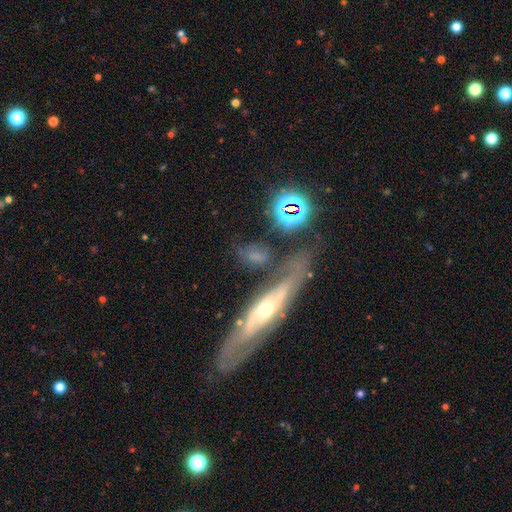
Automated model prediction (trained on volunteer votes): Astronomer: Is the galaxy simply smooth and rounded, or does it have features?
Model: smooth — 42% (runner-up: featured or disk, 38%).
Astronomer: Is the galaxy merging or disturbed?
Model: none — 56%.